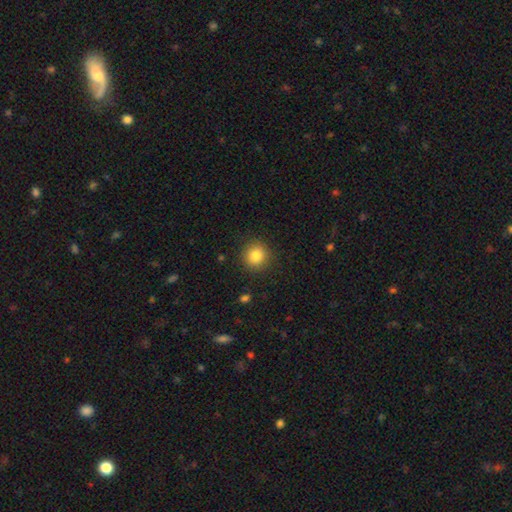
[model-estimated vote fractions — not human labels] Q: Smooth or featured?
A: smooth (84%); runner-up: star or artifact (10%)
Q: How rounded?
A: round (92%); runner-up: in between (7%)
Q: Merging?
A: none (90%); runner-up: minor disturbance (7%)